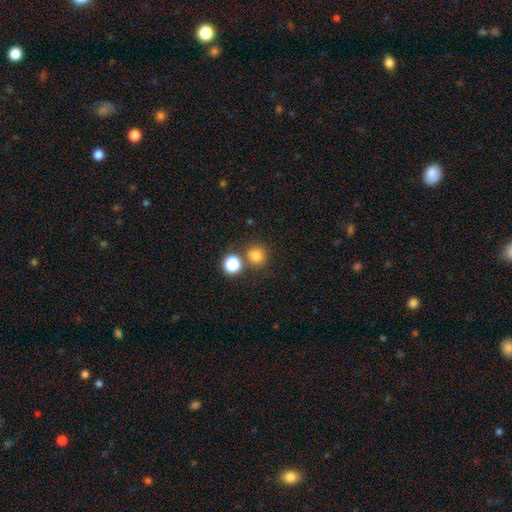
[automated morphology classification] This is likely a smooth galaxy (80%). How rounded: clearly round (91%). Merging: likely none (73%).